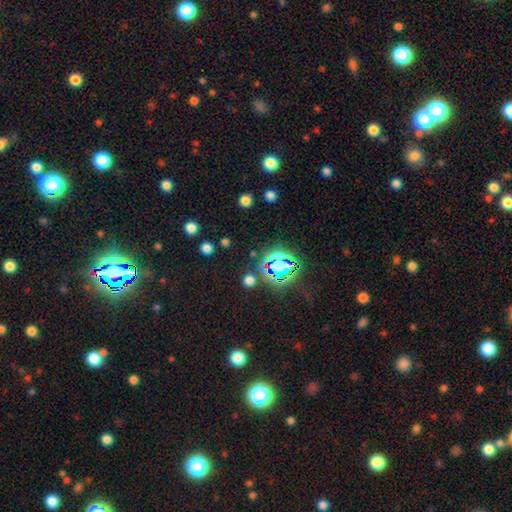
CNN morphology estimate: smooth_or_featured: star or artifact (p=0.70) [alt: smooth p=0.22]